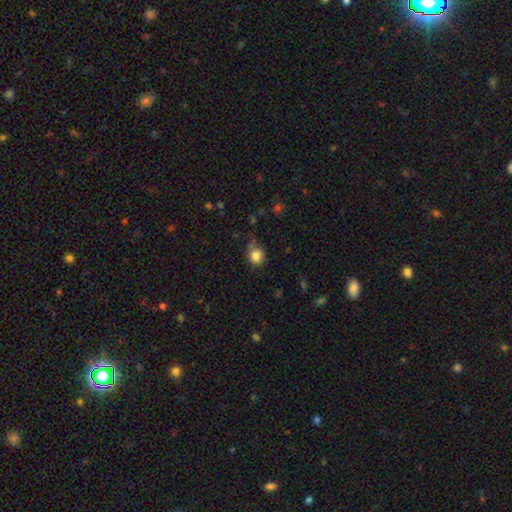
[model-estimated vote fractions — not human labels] Smooth or featured? smooth (83%)
How rounded? round (77%)
Merging? none (63%)